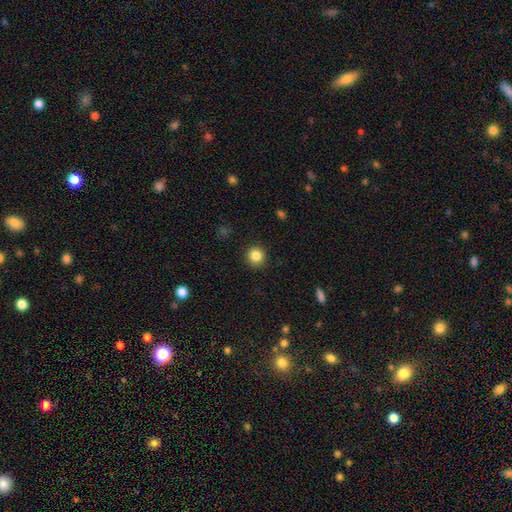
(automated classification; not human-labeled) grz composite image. It shows a smooth galaxy with no disk features (84%) that is round (93%). Merging: none (91%).